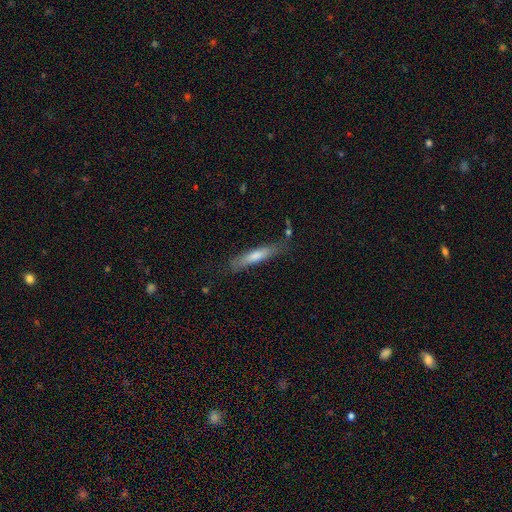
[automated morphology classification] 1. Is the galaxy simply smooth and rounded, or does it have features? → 61% smooth, 32% featured or disk, 7% star or artifact.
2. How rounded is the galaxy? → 88% cigar-shaped, 11% in between, 1% round.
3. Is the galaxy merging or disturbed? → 74% none, 18% minor disturbance, 5% major disturbance, 3% merger.